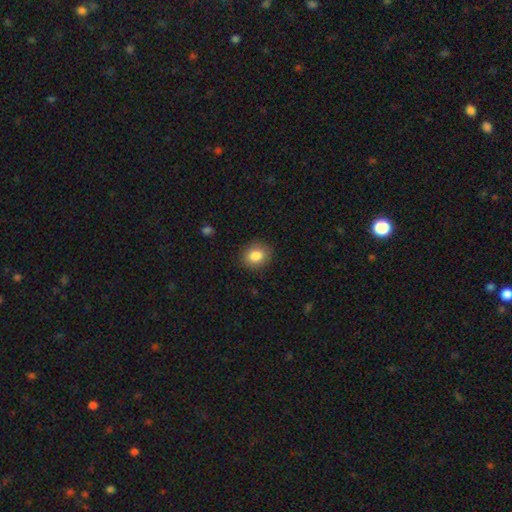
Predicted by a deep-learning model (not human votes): Q: Smooth or featured?
A: smooth (85%); runner-up: star or artifact (9%)
Q: How rounded?
A: round (59%); runner-up: in between (40%)
Q: Merging?
A: none (87%); runner-up: minor disturbance (9%)